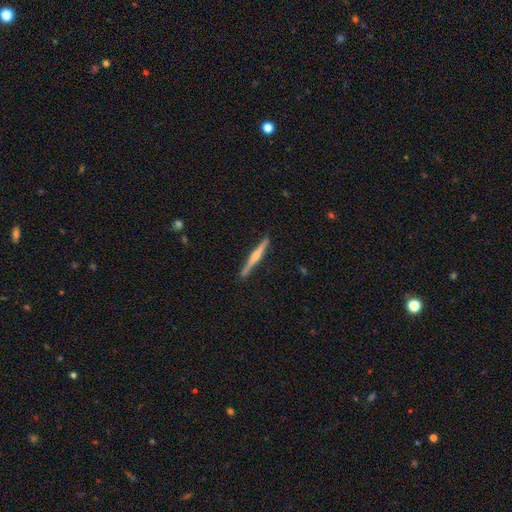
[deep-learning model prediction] Morphology: type=featured or disk (59%); edge-on=yes (98%); edge-on bulge=rounded (61%); merging=none (89%).